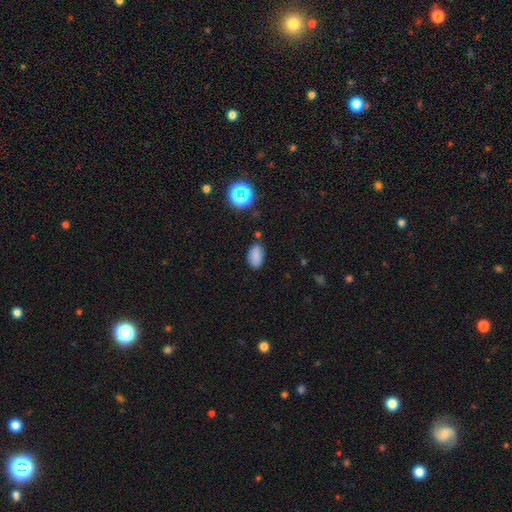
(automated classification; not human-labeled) Morphology: type=smooth (83%); roundness=in between (91%); merging=none (80%).